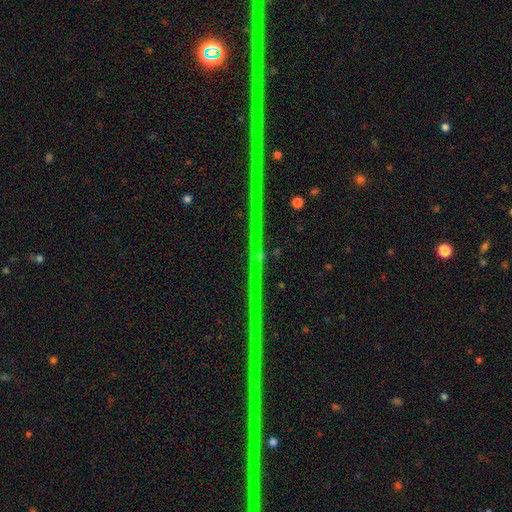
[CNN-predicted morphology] star or artifact 89%, featured or disk 7%, smooth 4%.